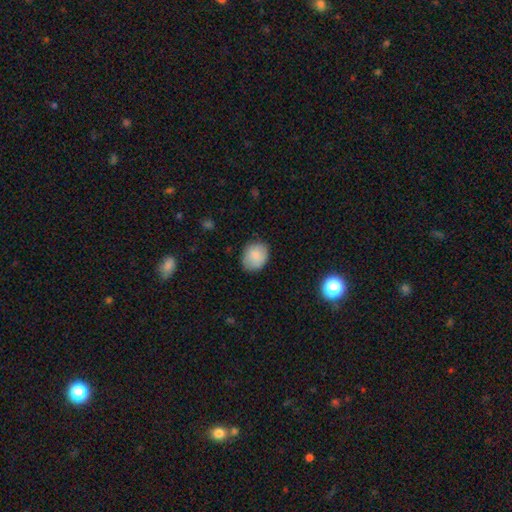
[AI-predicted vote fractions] Q: Smooth or featured?
A: smooth (86%); runner-up: star or artifact (7%)
Q: How rounded?
A: in between (51%); runner-up: round (48%)
Q: Merging?
A: none (80%); runner-up: minor disturbance (16%)